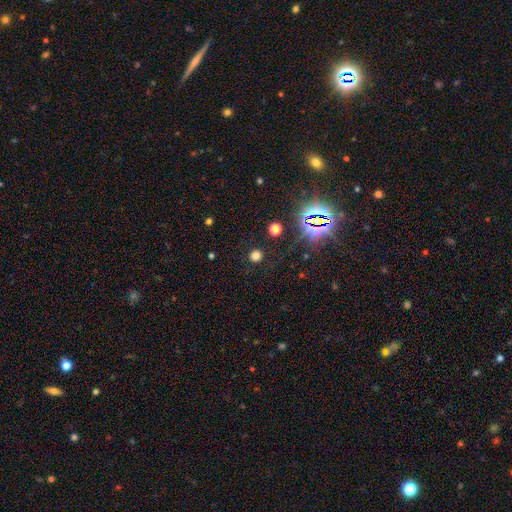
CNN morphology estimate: Overall: smooth (71%). How rounded: round (92%). Merging: none (89%).